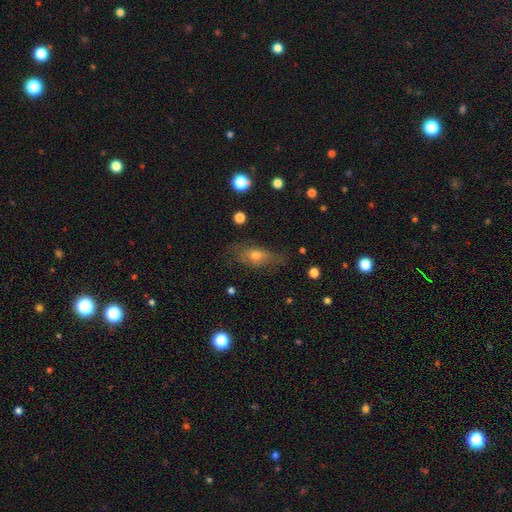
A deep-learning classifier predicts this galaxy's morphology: The model was most divided on "smooth or featured": smooth: 55%, featured or disk: 33%, star or artifact: 12%. More confident: merging — none (67%); how rounded — in between (66%).